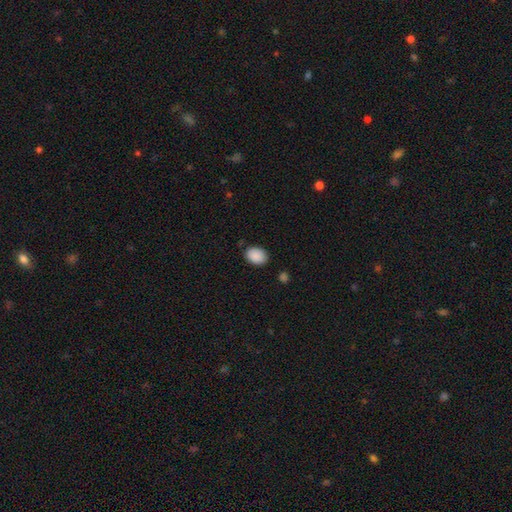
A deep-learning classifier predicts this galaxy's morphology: Smooth or featured: smooth — 90% (star or artifact — 7%)
How rounded: in between — 77% (round — 22%)
Merging: none — 83% (minor disturbance — 13%)